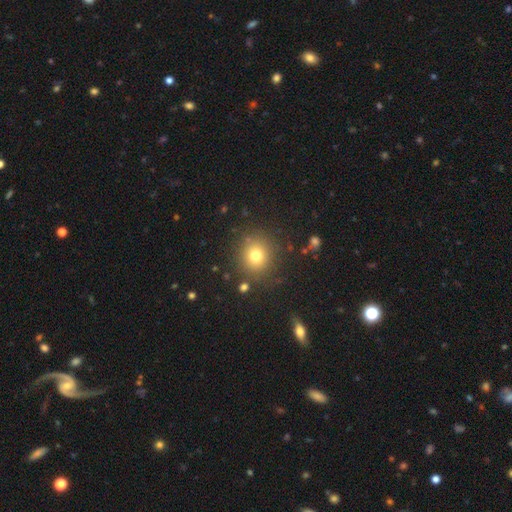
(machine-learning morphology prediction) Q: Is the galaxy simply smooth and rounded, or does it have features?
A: smooth — 76%.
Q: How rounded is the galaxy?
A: round — 89%.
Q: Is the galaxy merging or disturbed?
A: none — 86%.